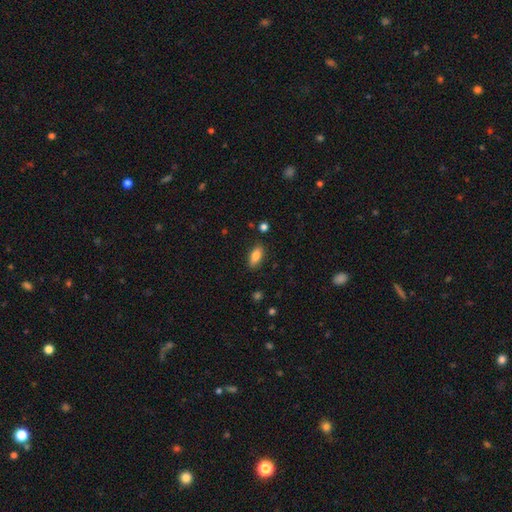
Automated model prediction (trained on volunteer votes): Q: Smooth or featured?
A: smooth (84%); runner-up: featured or disk (9%)
Q: How rounded?
A: in between (85%); runner-up: cigar-shaped (12%)
Q: Merging?
A: none (86%); runner-up: minor disturbance (10%)